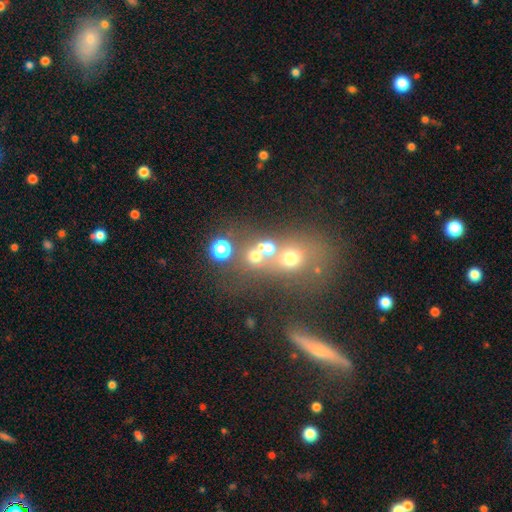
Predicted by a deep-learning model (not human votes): smooth 57%, star or artifact 27%, featured or disk 16%. Down the decision tree: how rounded — round (82%); merging — none (52%).